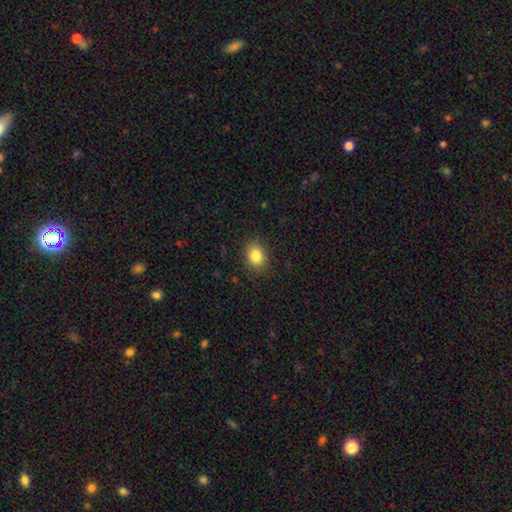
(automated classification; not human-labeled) Morphology: type=smooth (84%); roundness=in between (55%); merging=none (86%).